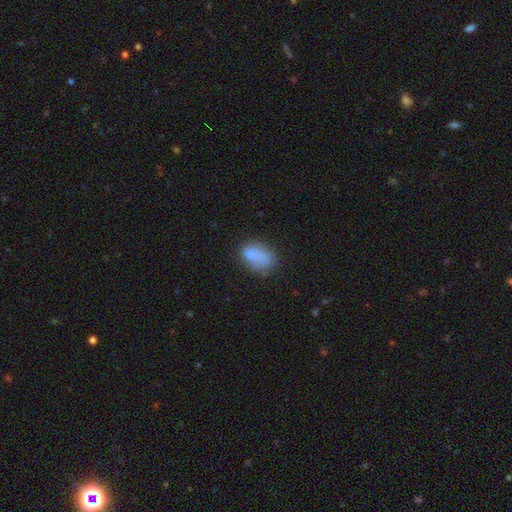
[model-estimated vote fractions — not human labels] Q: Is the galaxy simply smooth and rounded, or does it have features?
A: smooth — 80%.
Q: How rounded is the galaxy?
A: in between — 85%.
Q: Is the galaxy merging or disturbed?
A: none — 57%.